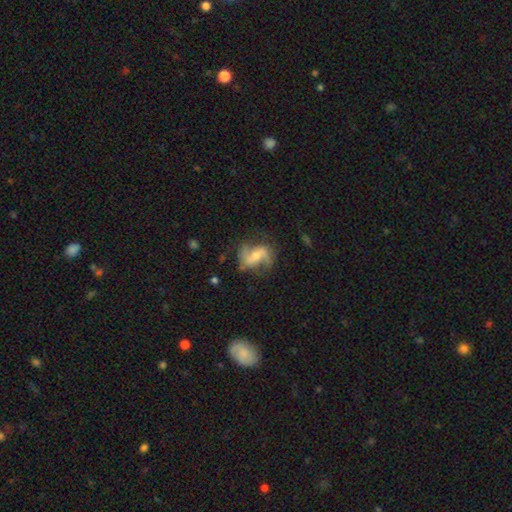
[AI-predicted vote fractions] Q: Smooth or featured?
A: featured or disk (81%); runner-up: smooth (13%)
Q: Edge-on disk?
A: no (97%); runner-up: yes (3%)
Q: Bar?
A: weak (42%); runner-up: no (32%)
Q: Spiral arms?
A: yes (94%); runner-up: no (6%)
Q: Spiral winding?
A: loose (58%); runner-up: medium (34%)
Q: Spiral arm count?
A: 2 (88%); runner-up: can't tell (4%)
Q: Bulge size?
A: moderate (47%); runner-up: small (43%)
Q: Merging?
A: none (67%); runner-up: minor disturbance (19%)